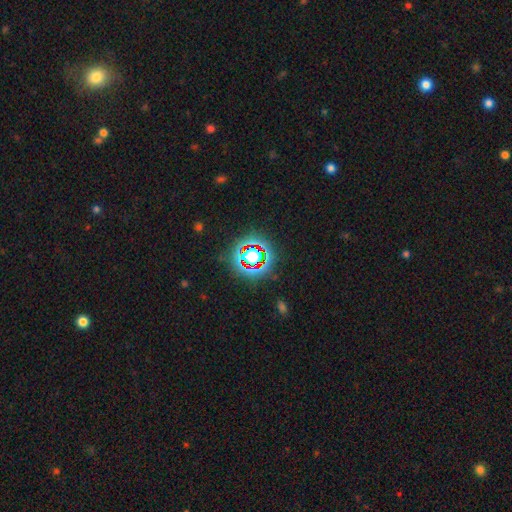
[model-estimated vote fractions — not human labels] Smooth or featured? Predicted: star or artifact (p=0.76).